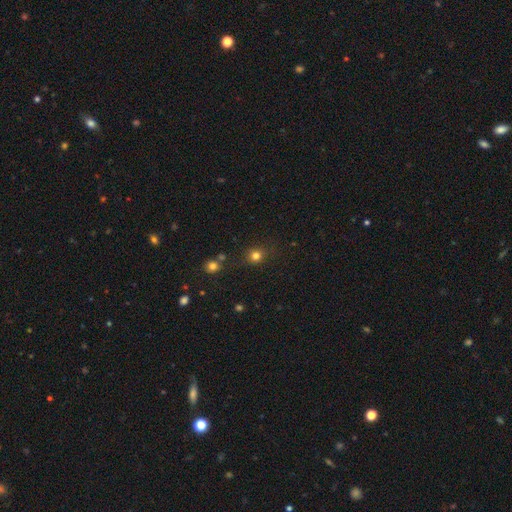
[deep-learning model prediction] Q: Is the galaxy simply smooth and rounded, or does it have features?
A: smooth — 77%.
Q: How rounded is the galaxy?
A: round — 84%.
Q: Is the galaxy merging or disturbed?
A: none — 81%.